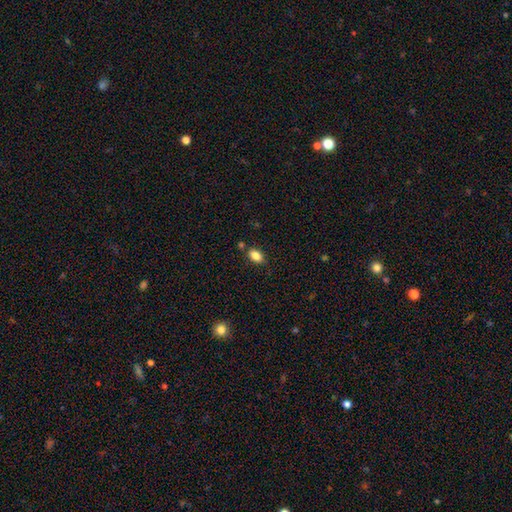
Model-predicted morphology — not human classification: Smooth or featured? Predicted: smooth (p=0.85). How rounded? Predicted: in between (p=0.89). Merging? Predicted: none (p=0.80).